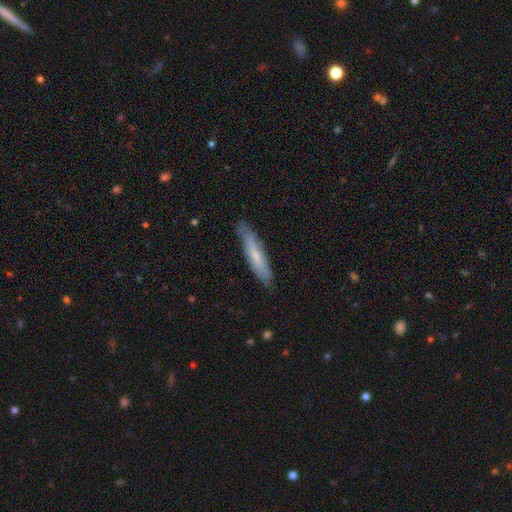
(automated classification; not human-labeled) smooth-or-featured: smooth: 59% | featured or disk: 35% | star or artifact: 6%
  how-rounded: cigar-shaped: 84% | in between: 15% | round: 1%
  merging: none: 80% | minor disturbance: 16% | major disturbance: 3% | merger: 1%